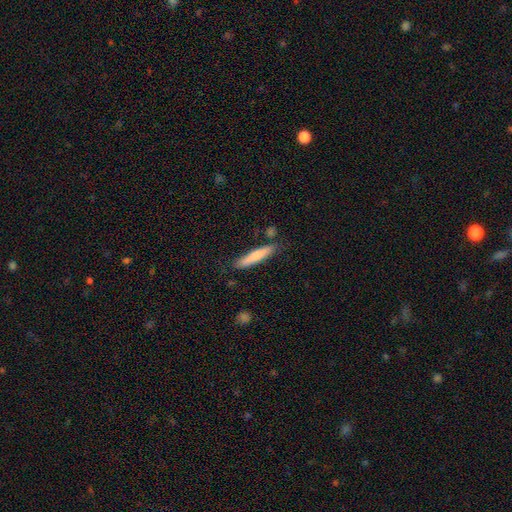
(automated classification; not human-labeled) Overall: smooth (70%). How rounded: cigar-shaped (90%). Merging: none (81%).